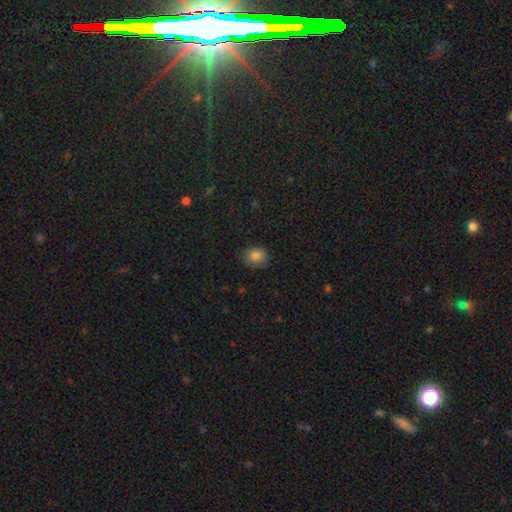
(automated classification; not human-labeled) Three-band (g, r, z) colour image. It shows a smooth galaxy with no disk features (83%) that is round (67%). Merging: none (76%).